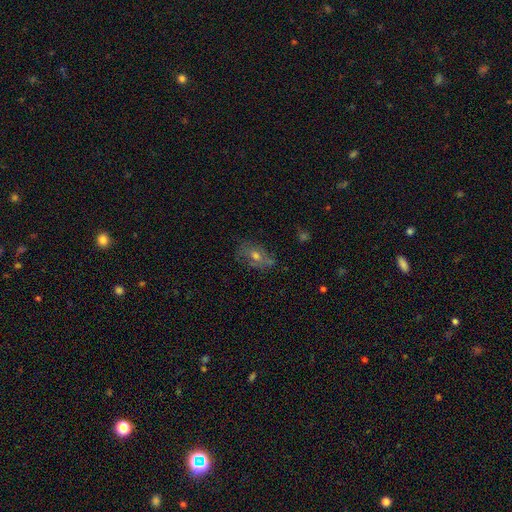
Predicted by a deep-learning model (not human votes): Smooth or featured?
  - smooth: 44% *
  - featured or disk: 40%
  - star or artifact: 16%
Merging?
  - none: 64% *
  - minor disturbance: 23%
  - major disturbance: 10%
  - merger: 3%